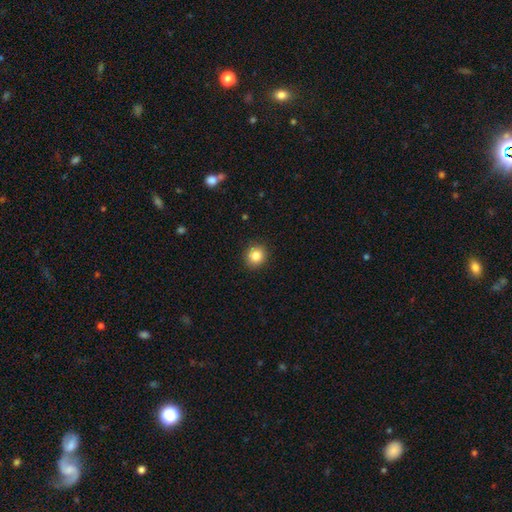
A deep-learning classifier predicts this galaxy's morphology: Smooth or featured? smooth (85%)
How rounded? round (88%)
Merging? none (91%)